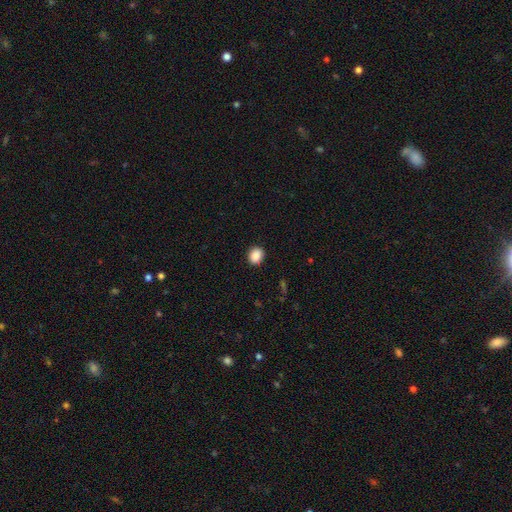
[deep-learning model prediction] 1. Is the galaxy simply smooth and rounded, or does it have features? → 88% smooth, 9% star or artifact, 3% featured or disk.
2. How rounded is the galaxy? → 61% round, 38% in between, 1% cigar-shaped.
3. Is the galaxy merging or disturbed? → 90% none, 7% minor disturbance, 2% major disturbance, 1% merger.